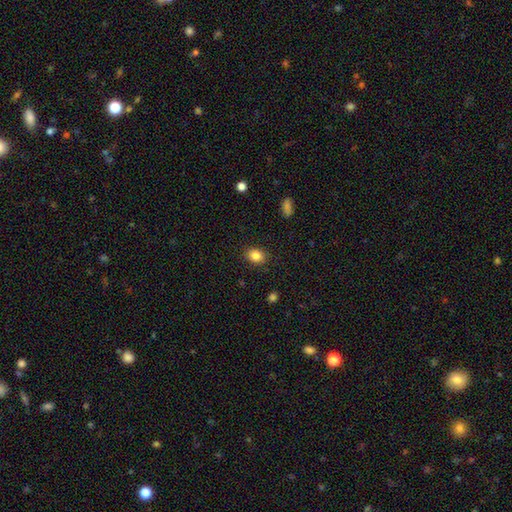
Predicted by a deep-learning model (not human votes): smooth 84%, star or artifact 10%, featured or disk 6%. Down the decision tree: how rounded — in between (63%); merging — none (87%).